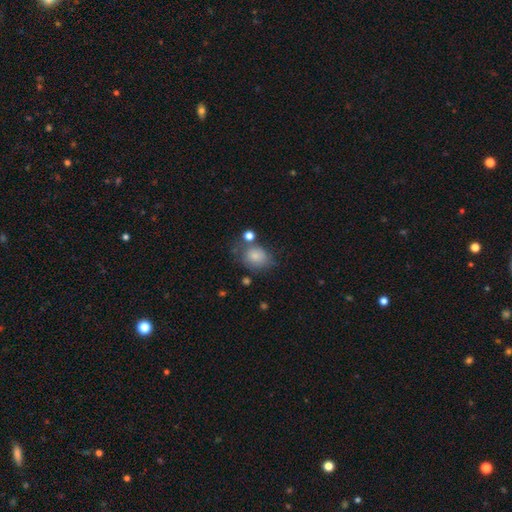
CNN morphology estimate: A smooth galaxy with no disk features (79%) that is round (52%).

Vote fractions:
- Smooth or featured? smooth: 79% / featured or disk: 11% / star or artifact: 10%
- How rounded? round: 52% / in between: 47% / cigar-shaped: 1%
- Merging? none: 53% / minor disturbance: 24% / merger: 12% / major disturbance: 11%